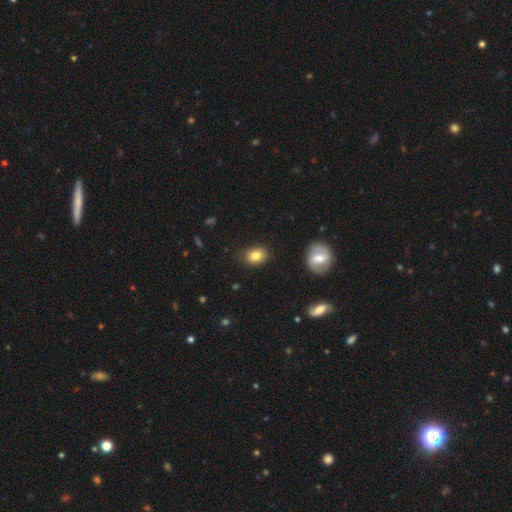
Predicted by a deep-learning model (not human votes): This appears to be a smooth galaxy with no disk features (82%) that is in between round and cigar-shaped (55%). Merging: none (84%).